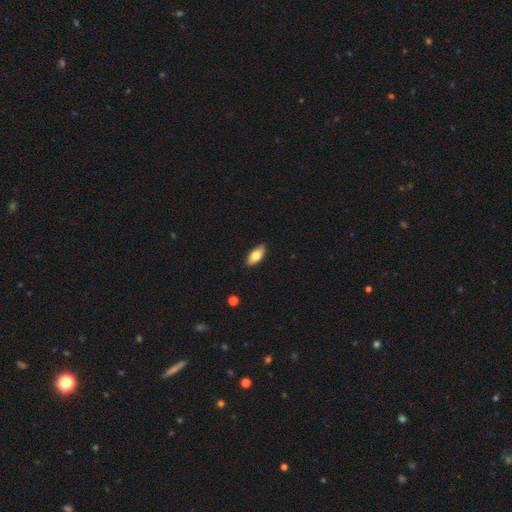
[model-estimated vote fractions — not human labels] Overall: smooth (75%). How rounded: in between (85%). Merging: none (87%).